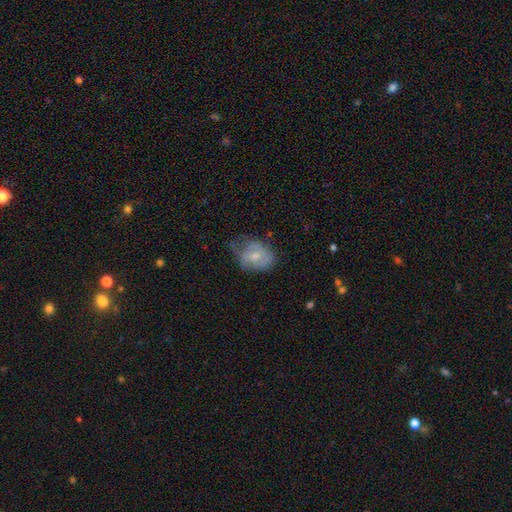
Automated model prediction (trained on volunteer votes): A smooth galaxy with no disk features (55%) that is in between round and cigar-shaped (64%). Merging: minor disturbance (39%).